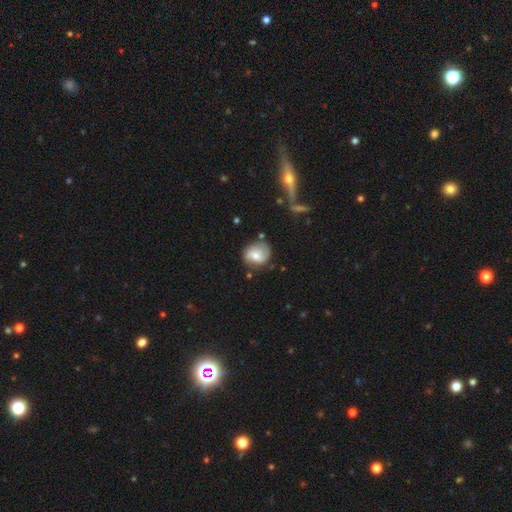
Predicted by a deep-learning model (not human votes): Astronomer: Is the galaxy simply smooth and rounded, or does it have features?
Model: featured or disk — 55% (runner-up: smooth, 37%).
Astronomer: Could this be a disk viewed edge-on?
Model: no — 97%.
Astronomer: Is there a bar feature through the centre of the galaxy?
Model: no — 49% (runner-up: weak, 41%).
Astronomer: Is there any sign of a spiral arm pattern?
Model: yes — 85%.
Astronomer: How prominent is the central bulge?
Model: moderate — 58%.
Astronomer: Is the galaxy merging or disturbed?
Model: none — 65%.